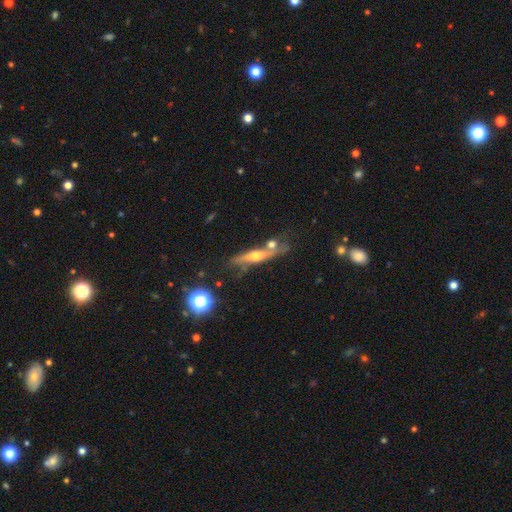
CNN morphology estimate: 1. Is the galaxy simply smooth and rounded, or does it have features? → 64% featured or disk, 27% smooth, 9% star or artifact.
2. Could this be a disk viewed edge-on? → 85% yes, 15% no.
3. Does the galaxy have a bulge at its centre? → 88% rounded, 7% none, 4% boxy.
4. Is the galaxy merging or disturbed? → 55% none, 21% merger, 18% minor disturbance, 7% major disturbance.